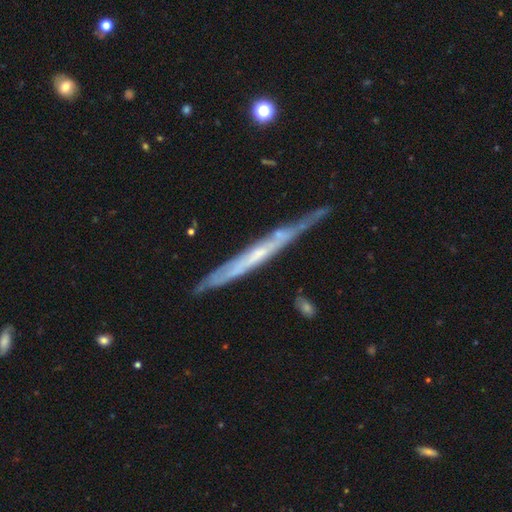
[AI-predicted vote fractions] Smooth or featured? featured or disk (74%)
Edge-on disk? yes (88%)
Edge-on bulge? none (74%)
Merging? none (67%)